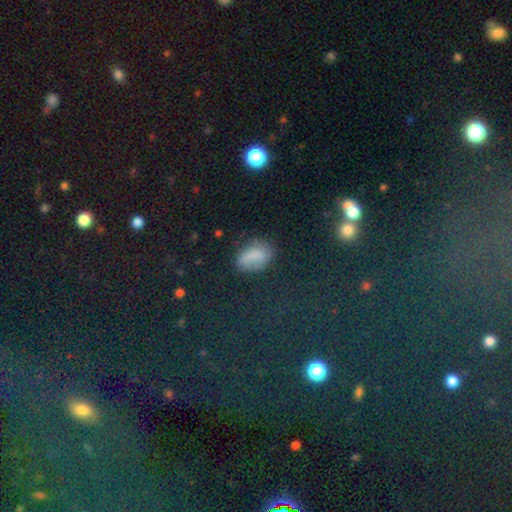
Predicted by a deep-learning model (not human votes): Smooth or featured? smooth (75%)
How rounded? in between (87%)
Merging? none (63%)